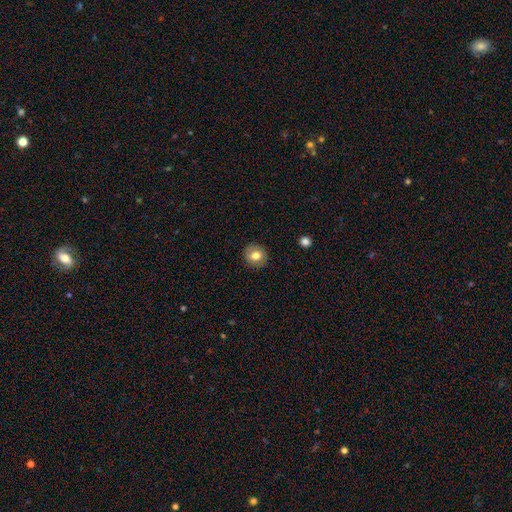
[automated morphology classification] This is likely a smooth galaxy (77%). How rounded: clearly round (84%). Merging: clearly none (89%).